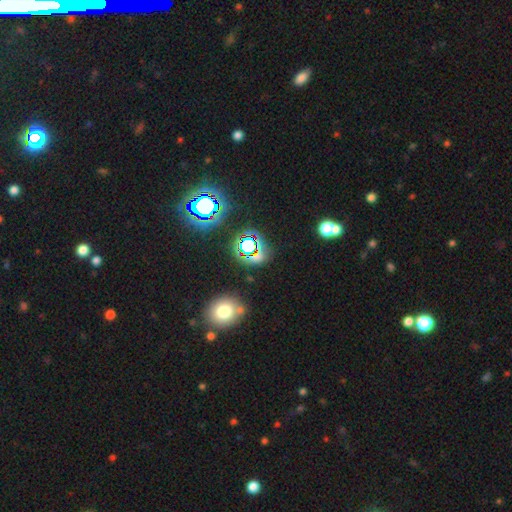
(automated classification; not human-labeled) This appears to be a star or artifact, not a galaxy (61%).